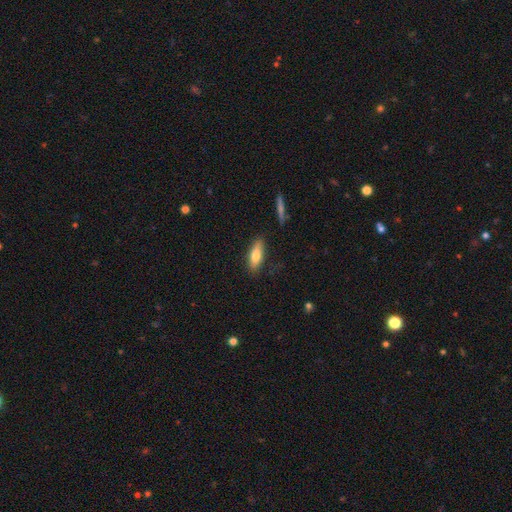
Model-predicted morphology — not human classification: The model was most divided on "how rounded": in between: 63%, cigar-shaped: 34%, round: 3%. More confident: merging — none (83%); smooth or featured — smooth (73%).